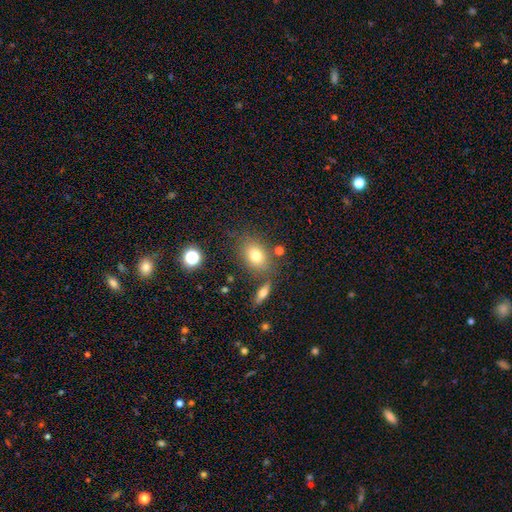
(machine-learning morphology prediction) smooth_or_featured: smooth (p=0.75) [alt: featured or disk p=0.13]
how_rounded: in between (p=0.68) [alt: round p=0.30]
merging: none (p=0.73) [alt: minor disturbance p=0.13]